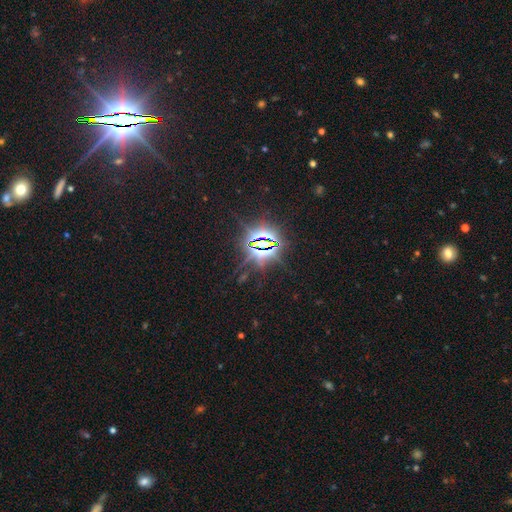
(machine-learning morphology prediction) Q: Smooth or featured?
A: star or artifact (85%); runner-up: featured or disk (7%)